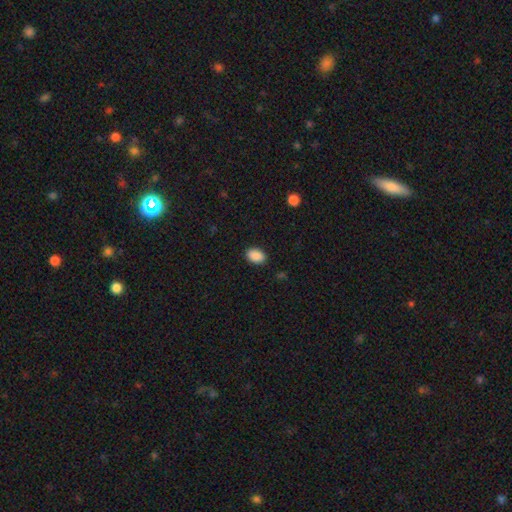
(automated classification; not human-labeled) Smooth or featured? Predicted: smooth (p=0.90). How rounded? Predicted: in between (p=0.83). Merging? Predicted: none (p=0.89).